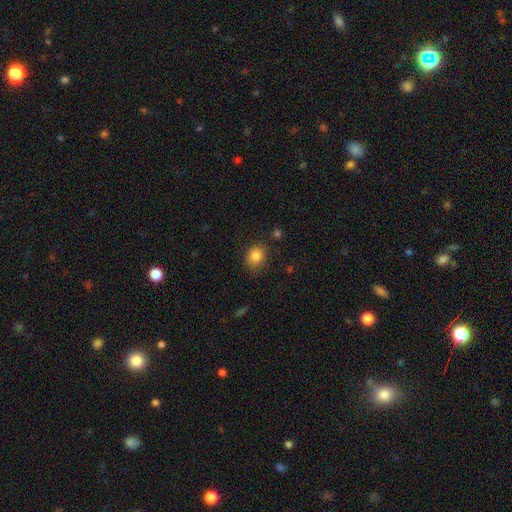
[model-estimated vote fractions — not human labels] Morphology: type=smooth (84%); roundness=round (63%); merging=none (79%).